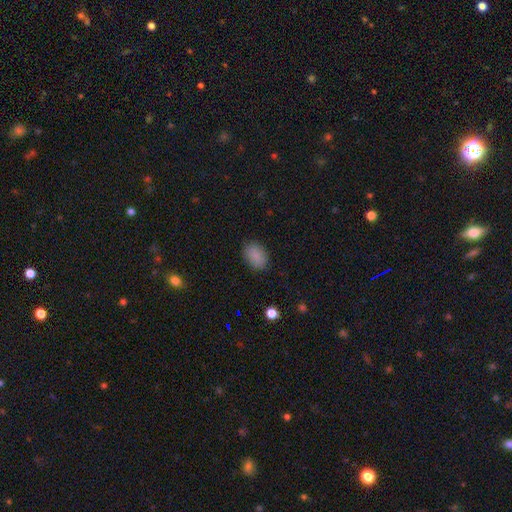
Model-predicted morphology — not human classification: Overall: smooth (87%). How rounded: in between (84%). Merging: none (85%).